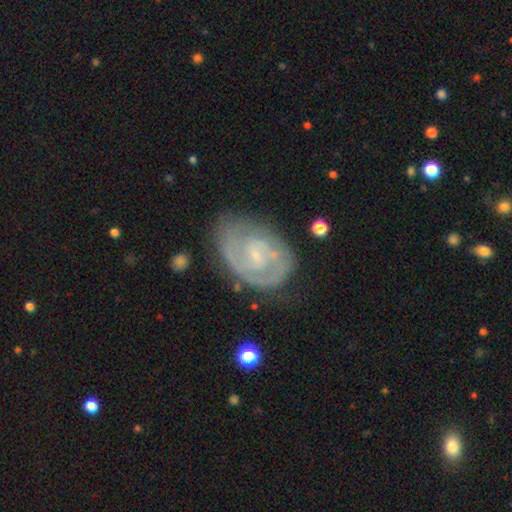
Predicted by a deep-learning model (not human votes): Q: Smooth or featured?
A: featured or disk (82%); runner-up: smooth (13%)
Q: Edge-on disk?
A: no (97%); runner-up: yes (3%)
Q: Bar?
A: no (51%); runner-up: weak (41%)
Q: Spiral arms?
A: yes (91%); runner-up: no (9%)
Q: Spiral winding?
A: tight (56%); runner-up: medium (35%)
Q: Spiral arm count?
A: 2 (58%); runner-up: can't tell (22%)
Q: Bulge size?
A: small (78%); runner-up: moderate (14%)
Q: Merging?
A: none (67%); runner-up: minor disturbance (22%)